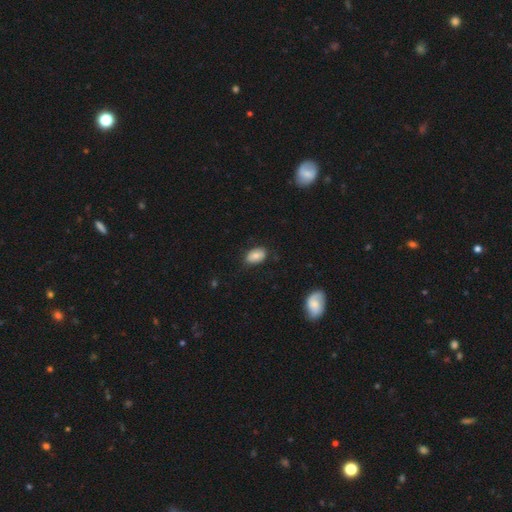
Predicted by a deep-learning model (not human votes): Smooth or featured?
  - smooth: 77% *
  - featured or disk: 15%
  - star or artifact: 8%
How rounded?
  - in between: 89% *
  - round: 10%
  - cigar-shaped: 1%
Merging?
  - none: 79% *
  - minor disturbance: 16%
  - major disturbance: 3%
  - merger: 1%